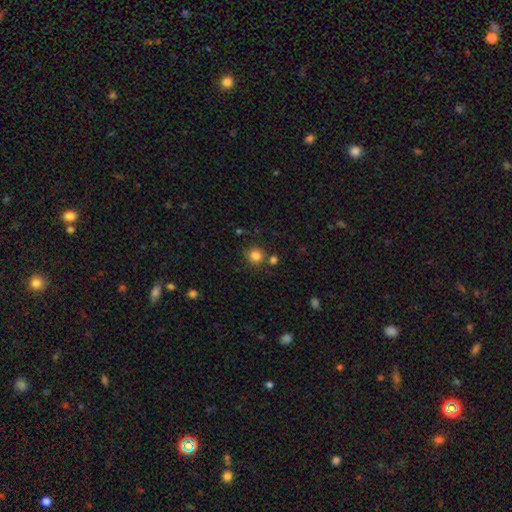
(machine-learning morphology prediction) smooth 83%, star or artifact 12%, featured or disk 5%. Down the decision tree: how rounded — round (91%); merging — none (77%).